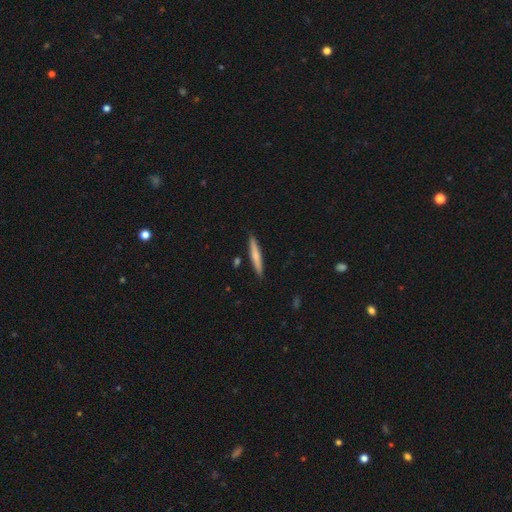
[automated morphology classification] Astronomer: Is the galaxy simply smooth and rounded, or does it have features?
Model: smooth — 65%.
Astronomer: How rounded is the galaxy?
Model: cigar-shaped — 95%.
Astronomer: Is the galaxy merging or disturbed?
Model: none — 89%.